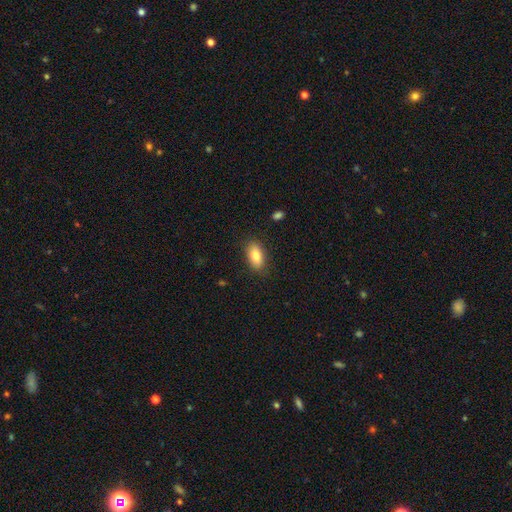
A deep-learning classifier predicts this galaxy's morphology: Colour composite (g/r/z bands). It shows a smooth galaxy with no disk features (83%) that is in between round and cigar-shaped (89%). Merging: none (86%).